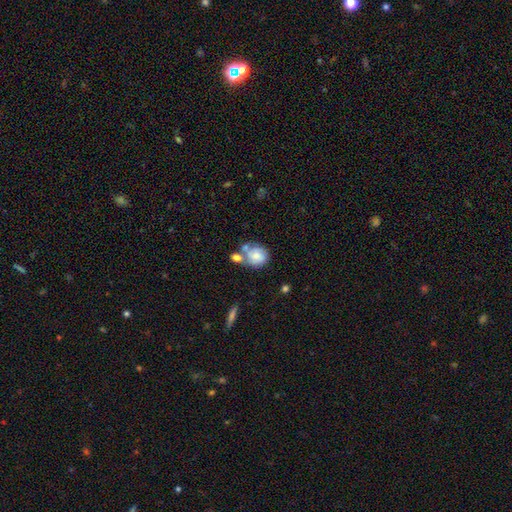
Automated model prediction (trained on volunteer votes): This appears to be a smooth galaxy with no disk features (64%) that is round (59%). Merging: merger (42%).